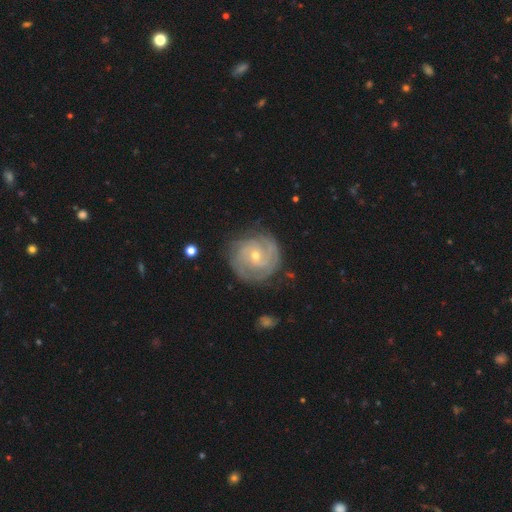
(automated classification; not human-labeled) Morphology: type=featured or disk (85%); edge-on=no (98%); bar=no (62%); spiral arms=yes (95%); winding=tight (69%); arm count=2 (42%); bulge=small (63%); merging=none (78%).